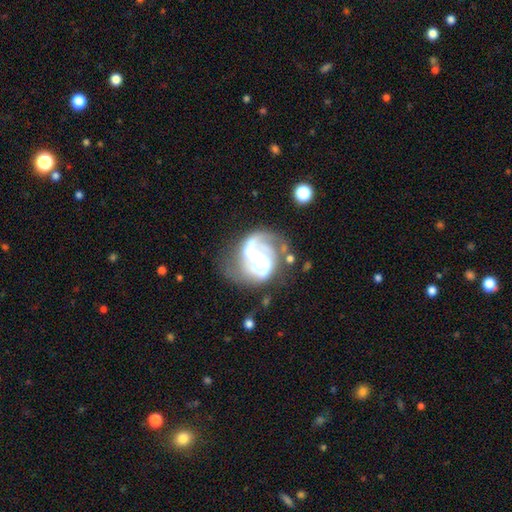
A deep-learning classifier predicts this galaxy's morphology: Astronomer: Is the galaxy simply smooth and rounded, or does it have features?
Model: featured or disk — 76%.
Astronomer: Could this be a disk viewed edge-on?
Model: no — 98%.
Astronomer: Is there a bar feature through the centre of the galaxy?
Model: no — 59%.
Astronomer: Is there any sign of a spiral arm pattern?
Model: yes — 66%.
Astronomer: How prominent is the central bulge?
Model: moderate — 46% (runner-up: small, 31%).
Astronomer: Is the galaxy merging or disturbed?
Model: major disturbance — 31% (runner-up: none, 28%).